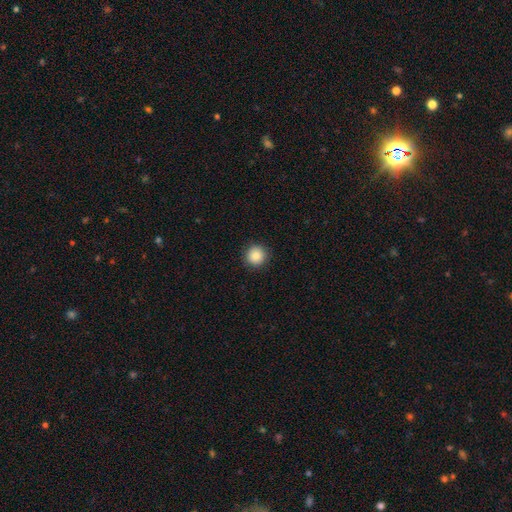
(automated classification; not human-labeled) A smooth galaxy with no disk features (87%) that is round (95%).

Vote fractions:
- Smooth or featured? smooth: 87% / star or artifact: 9% / featured or disk: 3%
- How rounded? round: 95% / in between: 4% / cigar-shaped: 1%
- Merging? none: 91% / minor disturbance: 6% / major disturbance: 2% / merger: 1%